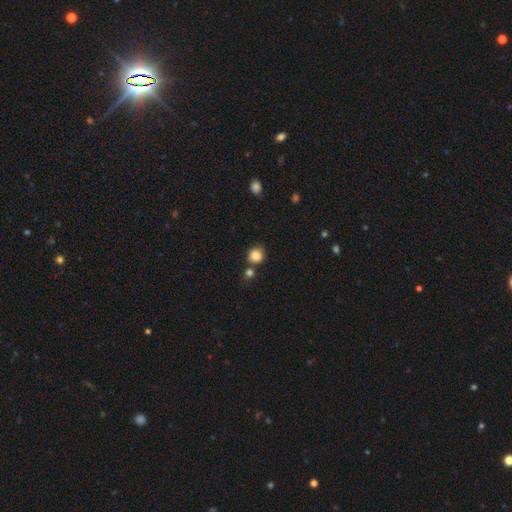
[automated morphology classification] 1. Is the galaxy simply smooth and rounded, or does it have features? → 83% smooth, 11% star or artifact, 6% featured or disk.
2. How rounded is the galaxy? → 89% round, 10% in between, 1% cigar-shaped.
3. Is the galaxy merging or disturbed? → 71% none, 15% merger, 11% minor disturbance, 3% major disturbance.